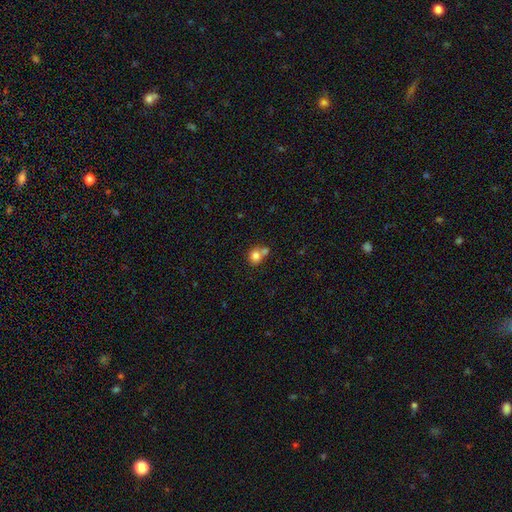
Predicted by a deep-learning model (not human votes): smooth 80%, star or artifact 10%, featured or disk 10%. Down the decision tree: how rounded — round (80%); merging — merger (44%, tied with none).